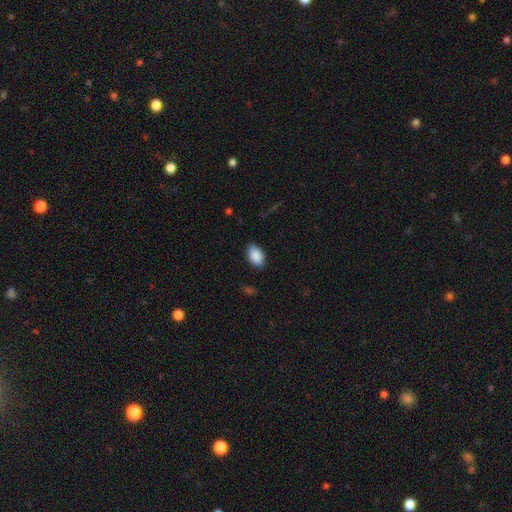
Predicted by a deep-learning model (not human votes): Smooth or featured?
  - smooth: 90% *
  - star or artifact: 7%
  - featured or disk: 3%
How rounded?
  - in between: 91% *
  - round: 8%
  - cigar-shaped: 1%
Merging?
  - none: 86% *
  - minor disturbance: 10%
  - major disturbance: 2%
  - merger: 1%